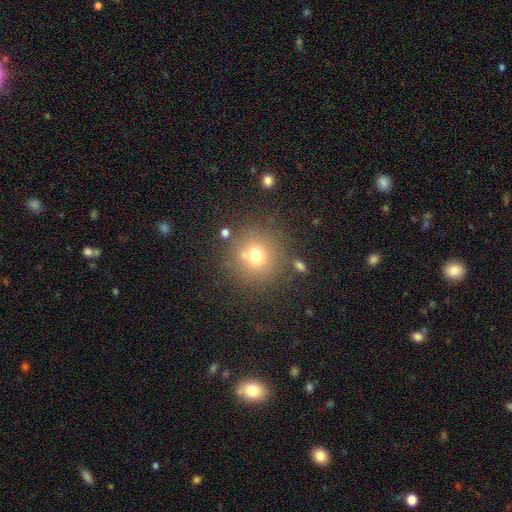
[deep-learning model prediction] Smooth or featured? Predicted: smooth (p=0.70). How rounded? Predicted: round (p=0.92). Merging? Predicted: none (p=0.77).